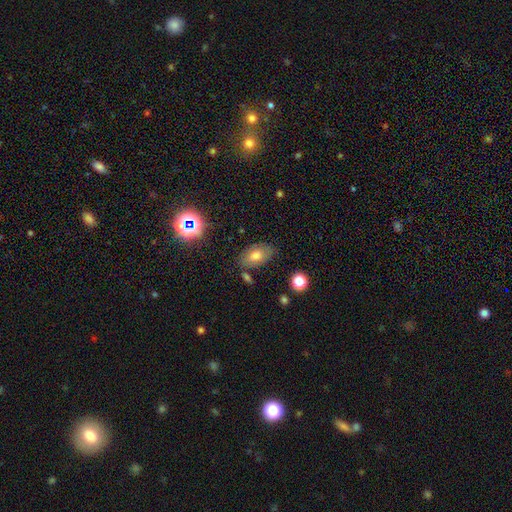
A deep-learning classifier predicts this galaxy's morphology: Overall: smooth (69%). How rounded: in between (89%). Merging: none (74%).